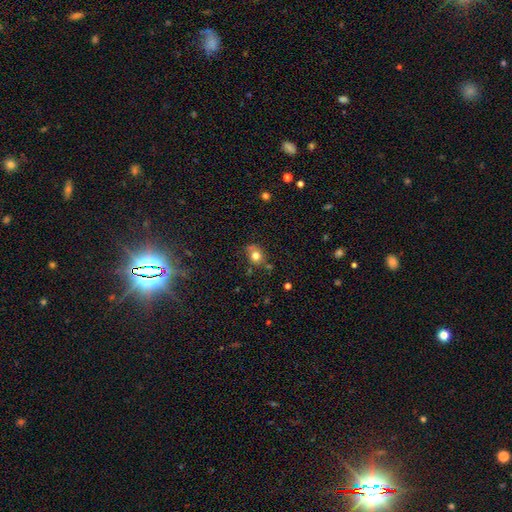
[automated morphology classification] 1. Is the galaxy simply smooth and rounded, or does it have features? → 77% smooth, 13% star or artifact, 11% featured or disk.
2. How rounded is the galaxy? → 68% round, 31% in between, 1% cigar-shaped.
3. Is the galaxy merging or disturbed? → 63% none, 23% minor disturbance, 7% merger, 6% major disturbance.